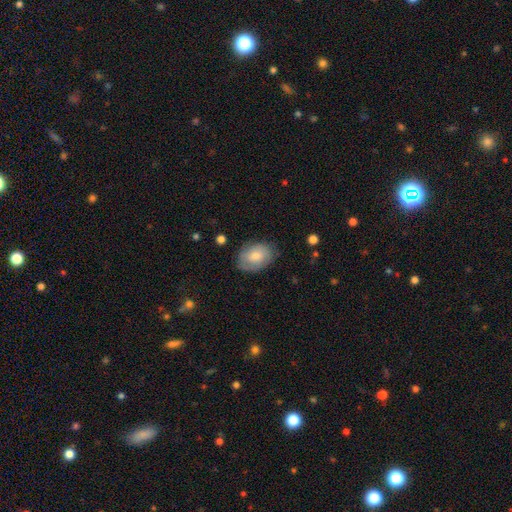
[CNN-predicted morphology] A smooth galaxy with no disk features (69%) that is in between round and cigar-shaped (77%). Merging: none (74%).